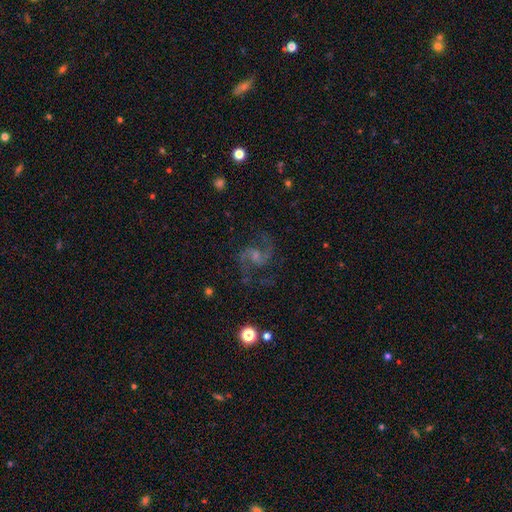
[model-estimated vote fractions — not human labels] Smooth or featured? featured or disk (88%)
Edge-on disk? no (98%)
Bar? weak (45%)
Spiral arms? yes (98%)
Spiral winding? medium (57%)
Spiral arm count? 2 (93%)
Bulge size? small (52%)
Merging? none (77%)